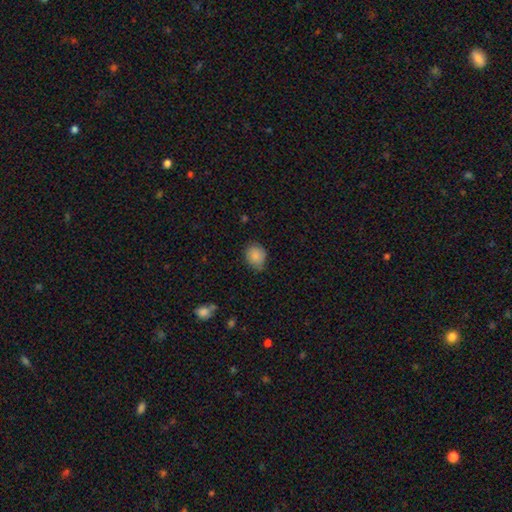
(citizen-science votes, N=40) A smooth galaxy with no disk features (88%) that is in between round and cigar-shaped (54%). Merging: none (55%).